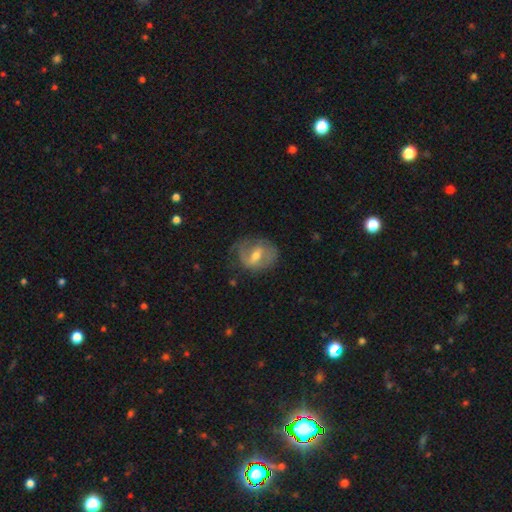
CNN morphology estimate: A featured or disk galaxy (62%) with a weak bar (51%), spiral arms (69%) and a moderate central bulge (64%). Merging: none (55%).